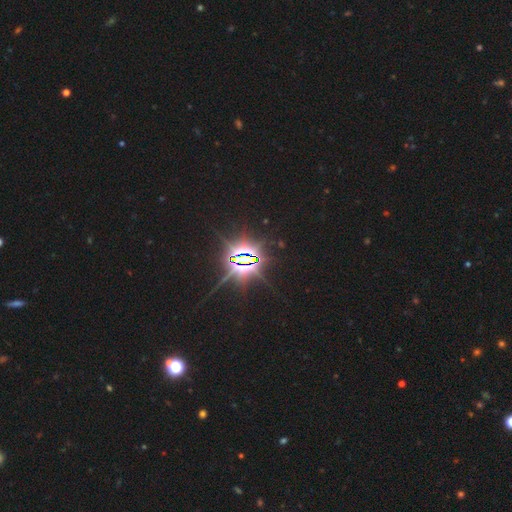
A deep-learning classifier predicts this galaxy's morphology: Q: Smooth or featured?
A: star or artifact (86%); runner-up: featured or disk (8%)